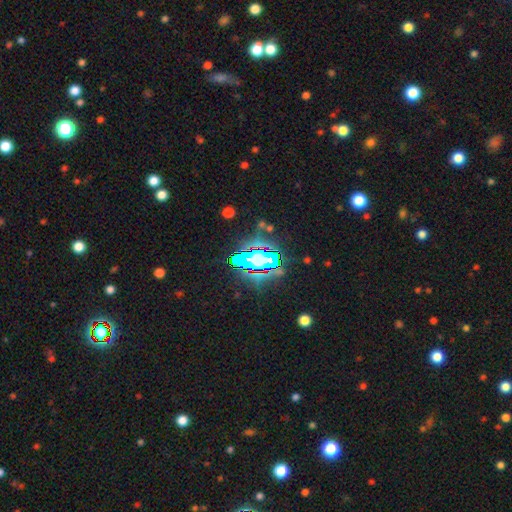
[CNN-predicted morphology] type=star or artifact (61%).